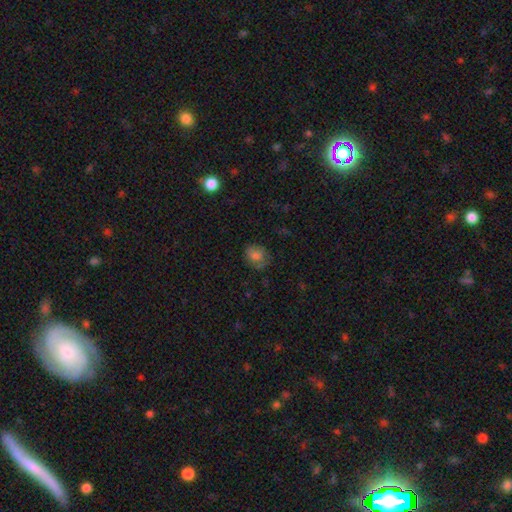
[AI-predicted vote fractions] The model was most divided on "how rounded": round: 59%, in between: 40%, cigar-shaped: 1%. More confident: smooth or featured — smooth (72%); merging — none (69%).